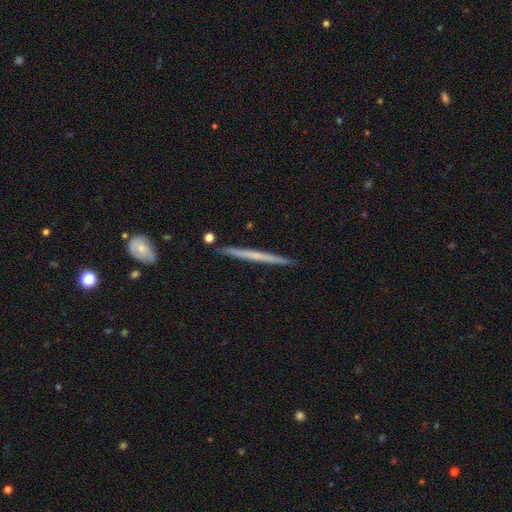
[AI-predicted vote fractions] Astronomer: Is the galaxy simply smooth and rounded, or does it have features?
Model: featured or disk — 56% (runner-up: smooth, 39%).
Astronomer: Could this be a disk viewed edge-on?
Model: yes — 97%.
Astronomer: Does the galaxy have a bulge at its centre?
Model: none — 85%.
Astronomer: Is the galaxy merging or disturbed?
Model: none — 91%.